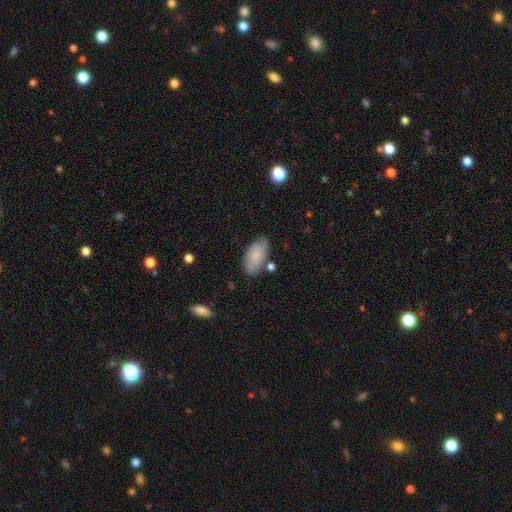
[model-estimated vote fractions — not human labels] smooth_or_featured: smooth (p=0.81) [alt: featured or disk p=0.12]
how_rounded: in between (p=0.93) [alt: cigar-shaped p=0.04]
merging: none (p=0.78) [alt: minor disturbance p=0.15]